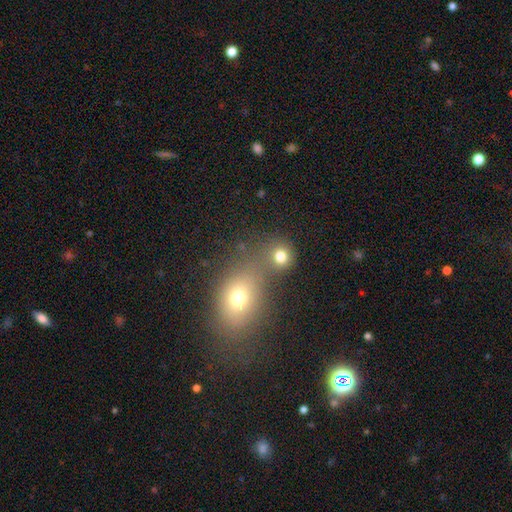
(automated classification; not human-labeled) A smooth galaxy with no disk features (66%) that is in between round and cigar-shaped (52%).

Vote fractions:
- Smooth or featured? smooth: 66% / star or artifact: 20% / featured or disk: 14%
- How rounded? in between: 52% / round: 45% / cigar-shaped: 3%
- Merging? none: 51% / merger: 31% / minor disturbance: 12% / major disturbance: 6%